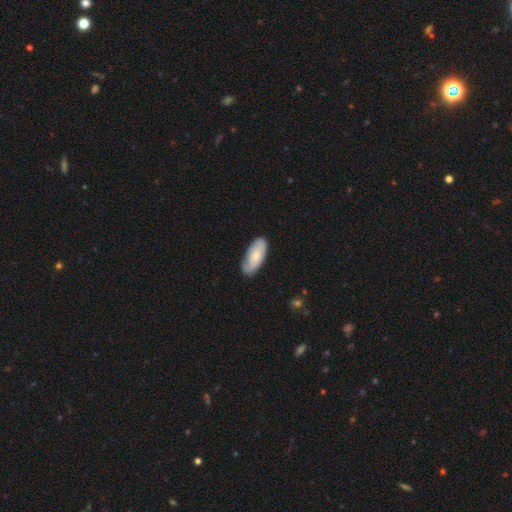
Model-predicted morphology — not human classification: Smooth or featured?
  - smooth: 64% *
  - featured or disk: 30%
  - star or artifact: 5%
How rounded?
  - in between: 88% *
  - cigar-shaped: 11%
  - round: 2%
Merging?
  - none: 77% *
  - minor disturbance: 19%
  - major disturbance: 3%
  - merger: 1%